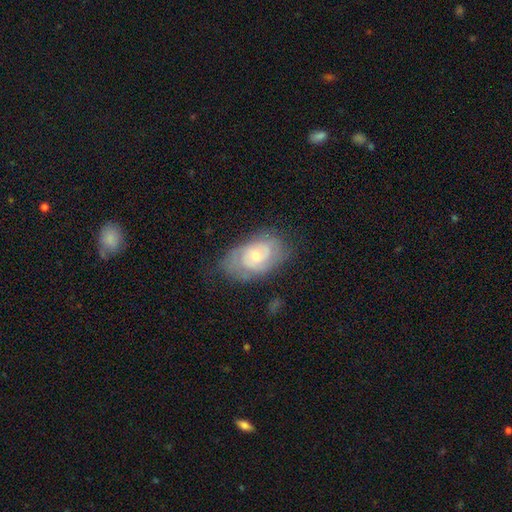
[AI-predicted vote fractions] Q: Smooth or featured?
A: featured or disk (71%); runner-up: smooth (22%)
Q: Edge-on disk?
A: no (96%); runner-up: yes (4%)
Q: Bar?
A: no (65%); runner-up: weak (31%)
Q: Spiral arms?
A: yes (90%); runner-up: no (10%)
Q: Spiral winding?
A: tight (58%); runner-up: medium (34%)
Q: Spiral arm count?
A: 2 (54%); runner-up: can't tell (28%)
Q: Bulge size?
A: moderate (50%); runner-up: small (43%)
Q: Merging?
A: none (68%); runner-up: minor disturbance (22%)